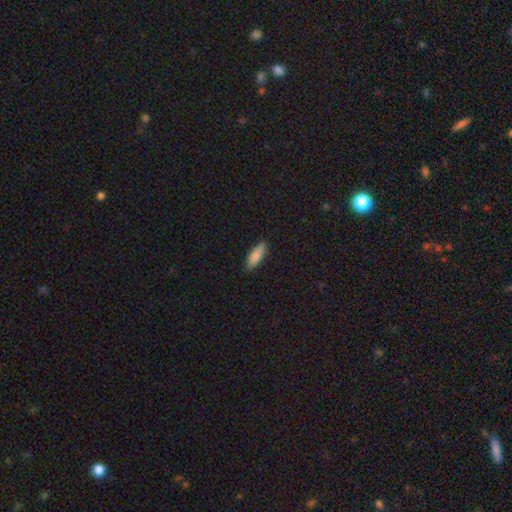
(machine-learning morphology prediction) Q: Smooth or featured?
A: smooth (84%); runner-up: featured or disk (10%)
Q: How rounded?
A: in between (58%); runner-up: cigar-shaped (40%)
Q: Merging?
A: none (85%); runner-up: minor disturbance (12%)